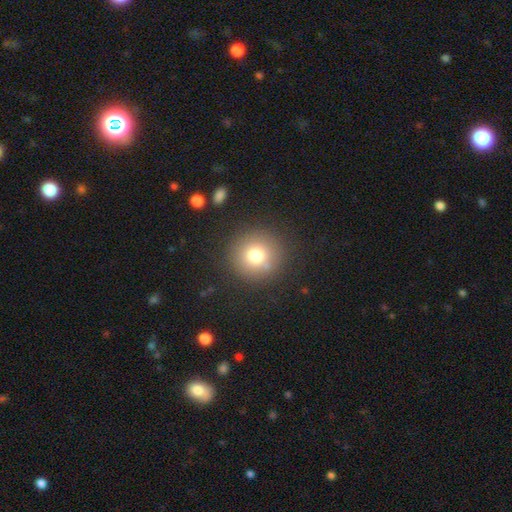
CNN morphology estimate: type=smooth (76%); roundness=round (94%); merging=none (86%).